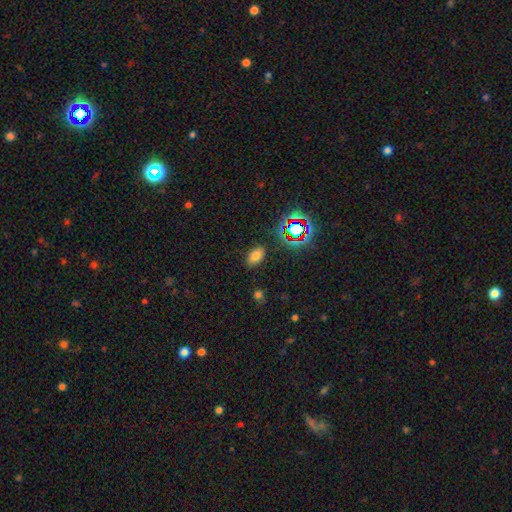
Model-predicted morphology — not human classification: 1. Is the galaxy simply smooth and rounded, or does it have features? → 72% smooth, 20% star or artifact, 8% featured or disk.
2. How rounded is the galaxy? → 90% in between, 8% round, 2% cigar-shaped.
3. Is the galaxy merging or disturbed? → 85% none, 10% minor disturbance, 3% major disturbance, 2% merger.